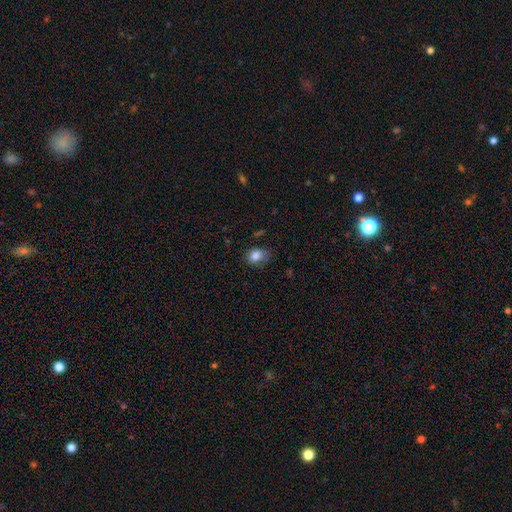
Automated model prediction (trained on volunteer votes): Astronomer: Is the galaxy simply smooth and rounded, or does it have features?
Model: smooth — 82%.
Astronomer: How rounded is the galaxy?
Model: in between — 66%.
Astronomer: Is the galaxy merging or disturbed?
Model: none — 61%.